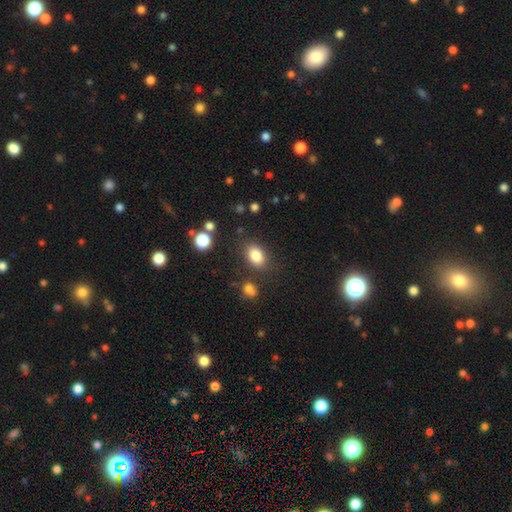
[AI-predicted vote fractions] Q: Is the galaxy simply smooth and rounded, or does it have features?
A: smooth — 84%.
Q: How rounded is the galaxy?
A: in between — 82%.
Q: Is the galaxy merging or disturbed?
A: none — 78%.